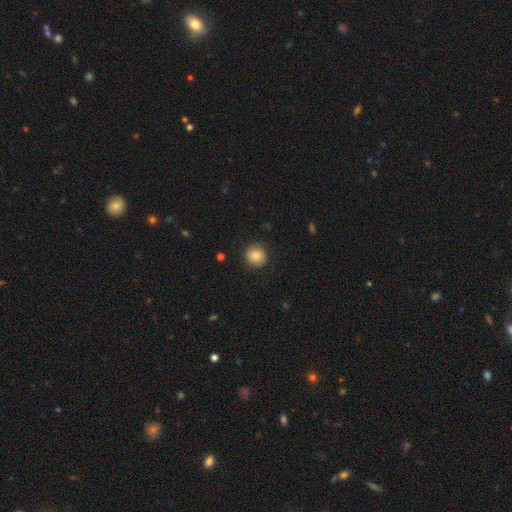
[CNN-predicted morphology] Smooth or featured?
  - smooth: 80% *
  - featured or disk: 12%
  - star or artifact: 9%
How rounded?
  - round: 92% *
  - in between: 7%
  - cigar-shaped: 1%
Merging?
  - none: 82% *
  - minor disturbance: 13%
  - major disturbance: 4%
  - merger: 1%